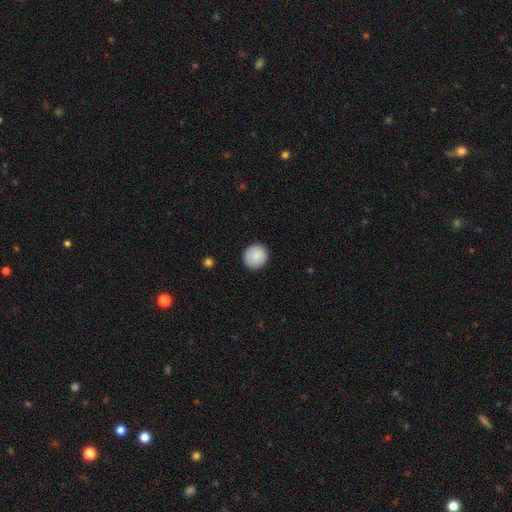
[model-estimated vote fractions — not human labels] Q: Smooth or featured?
A: smooth (87%); runner-up: star or artifact (7%)
Q: How rounded?
A: round (93%); runner-up: in between (6%)
Q: Merging?
A: none (90%); runner-up: minor disturbance (7%)